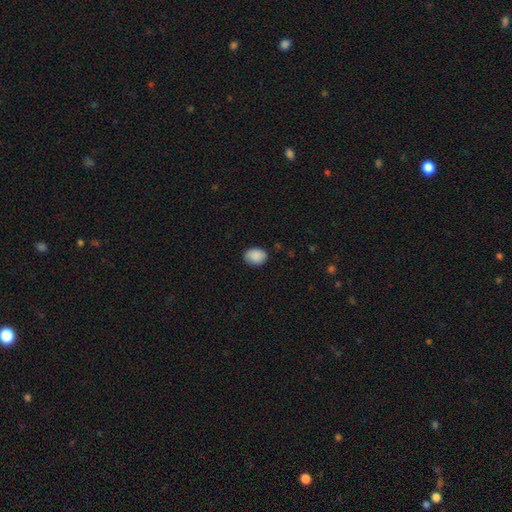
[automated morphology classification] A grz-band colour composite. It shows a smooth galaxy with no disk features (89%) that is in between round and cigar-shaped (64%). Merging: none (84%).